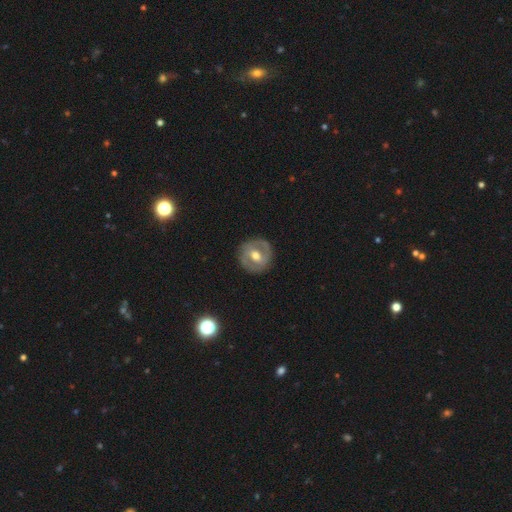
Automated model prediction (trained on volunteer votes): Overall: featured or disk (59%; smooth 35%). Edge-on disk: no (95%). Bar: weak (44%; no 34%). Spiral arms: no (58%; yes 42%). Bulge size: moderate (78%). Merging: none (86%).